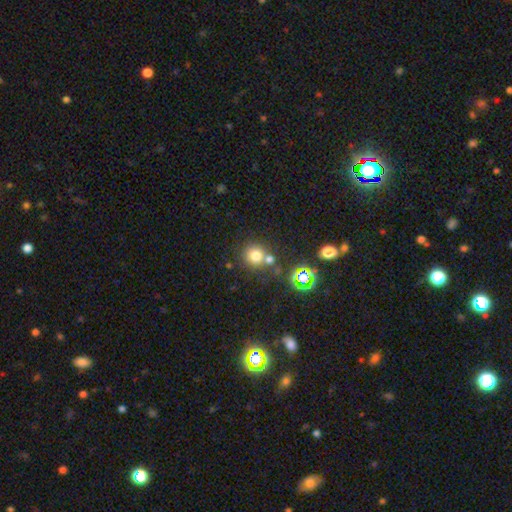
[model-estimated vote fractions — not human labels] Smooth or featured: smooth — 73% (star or artifact — 19%)
How rounded: round — 90% (in between — 9%)
Merging: none — 62% (merger — 25%)